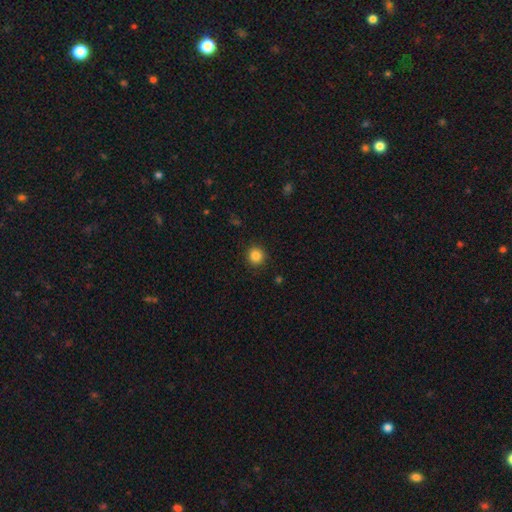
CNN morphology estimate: The model was most divided on "smooth or featured": smooth: 85%, star or artifact: 11%, featured or disk: 4%. More confident: how rounded — round (94%); merging — none (91%).